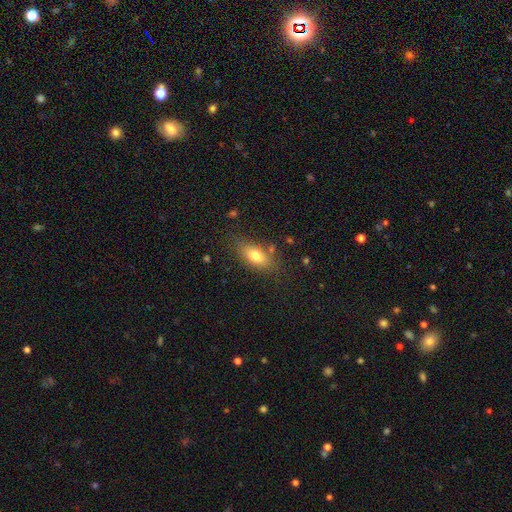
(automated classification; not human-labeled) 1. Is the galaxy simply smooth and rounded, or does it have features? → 76% smooth, 16% featured or disk, 9% star or artifact.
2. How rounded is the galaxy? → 84% in between, 11% cigar-shaped, 6% round.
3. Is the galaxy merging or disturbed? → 75% none, 16% minor disturbance, 4% major disturbance, 4% merger.